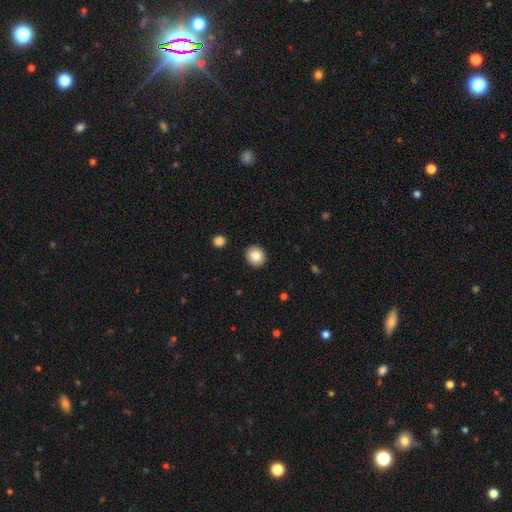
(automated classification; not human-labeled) A smooth galaxy with no disk features (83%) that is round (78%). Merging: none (91%).